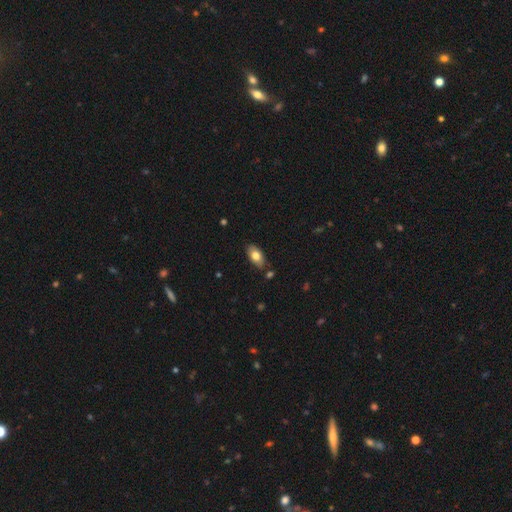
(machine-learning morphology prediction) smooth_or_featured: smooth (p=0.77) [alt: featured or disk p=0.16]
how_rounded: in between (p=0.92) [alt: round p=0.04]
merging: none (p=0.80) [alt: minor disturbance p=0.13]